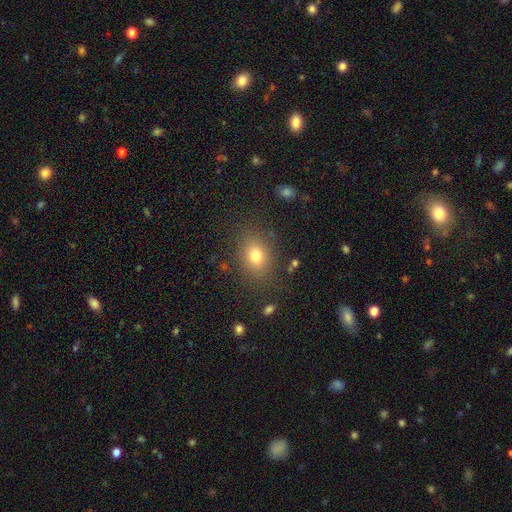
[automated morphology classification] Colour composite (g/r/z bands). It shows a smooth galaxy with no disk features (76%) that is in between round and cigar-shaped (61%). Merging: none (83%).